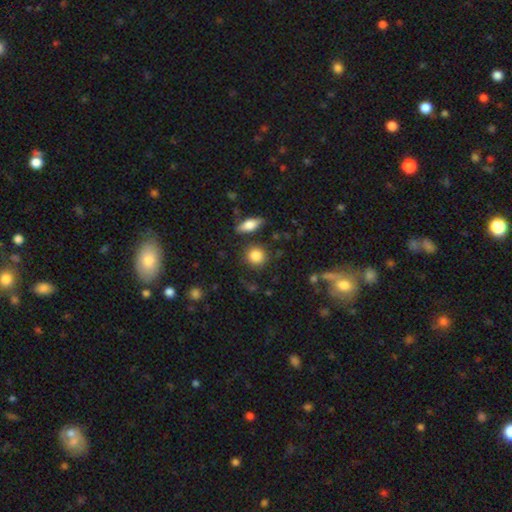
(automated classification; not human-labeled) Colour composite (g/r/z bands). It shows a smooth galaxy with no disk features (86%) that is round (84%). Merging: none (82%).